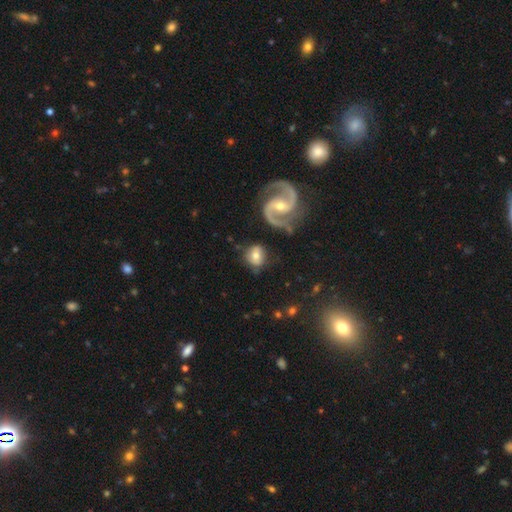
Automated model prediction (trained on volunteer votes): Smooth or featured? smooth (48%)
Merging? none (69%)